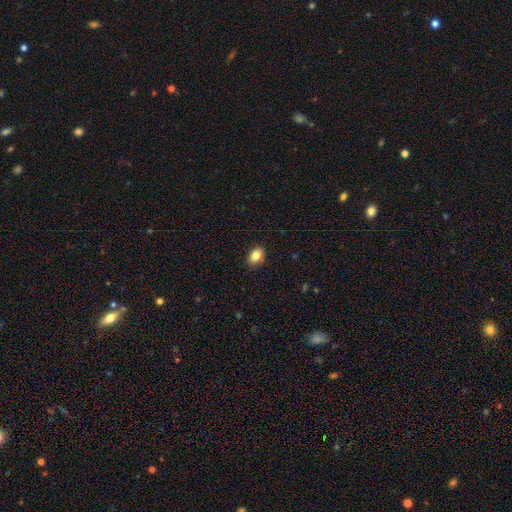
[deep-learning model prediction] Overall: smooth (83%). How rounded: in between (81%). Merging: none (86%).